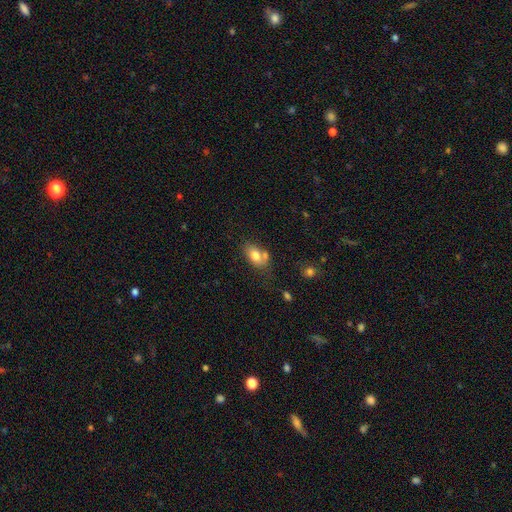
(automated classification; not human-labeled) Smooth or featured: smooth — 76% (featured or disk — 15%)
How rounded: in between — 86% (round — 12%)
Merging: none — 50% (merger — 27%)